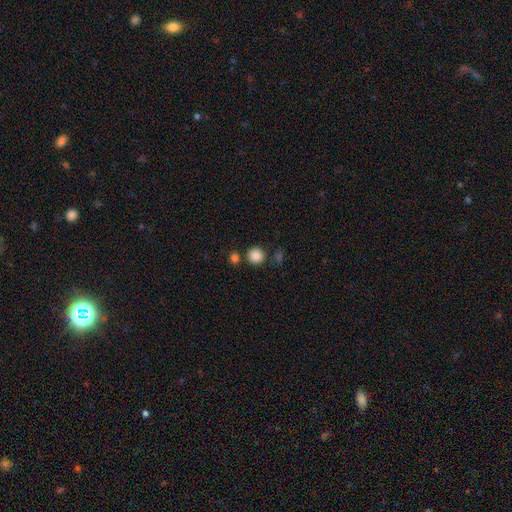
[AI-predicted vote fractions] Smooth or featured: smooth — 87% (star or artifact — 10%)
How rounded: round — 94% (in between — 5%)
Merging: none — 81% (merger — 8%)